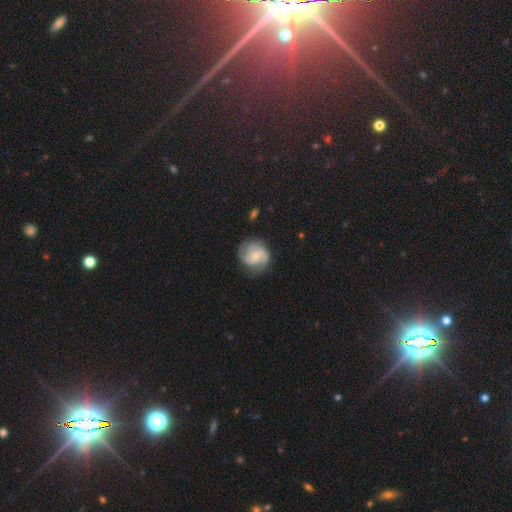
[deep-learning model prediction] This appears to be a featured or disk galaxy (81%) with no bar (53%), 2 (54%) medium (48%) spiral arms (96%) and a small central bulge (60%). Merging: none (78%).